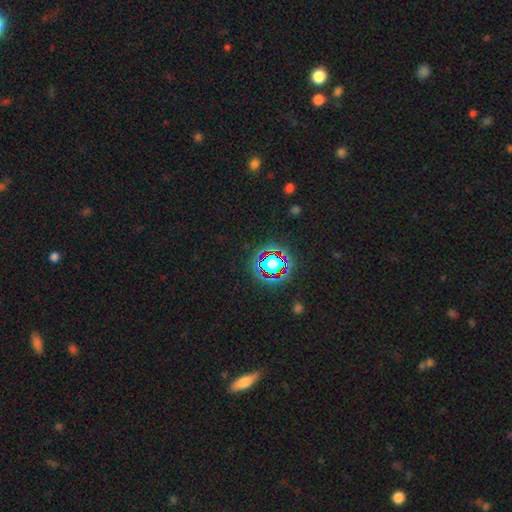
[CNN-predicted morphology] smooth-or-featured: star or artifact: 77% | smooth: 13% | featured or disk: 9%